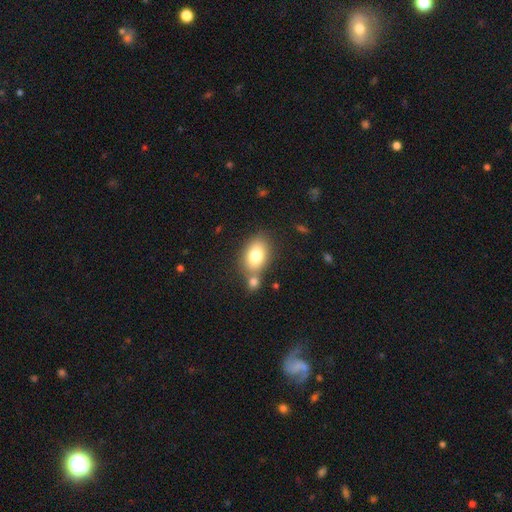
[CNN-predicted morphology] This is likely a smooth galaxy (78%). How rounded: clearly in between (82%). Merging: possibly none (58%).